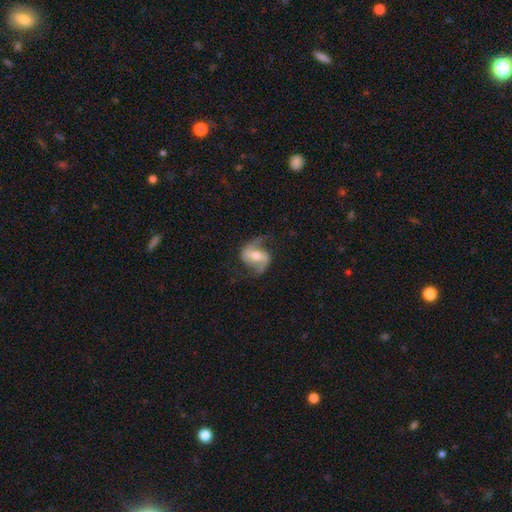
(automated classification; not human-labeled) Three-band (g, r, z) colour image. It shows a featured or disk galaxy (82%) with a strong bar (40%), 2 (91%) loose (47%) spiral arms (93%) and a moderate central bulge (63%). Merging: none (71%).